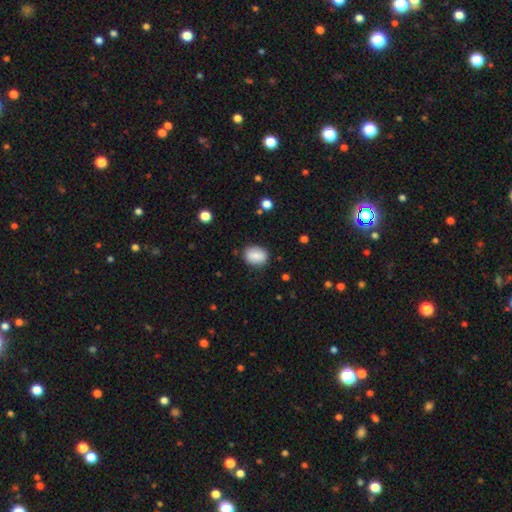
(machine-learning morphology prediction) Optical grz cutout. It shows a smooth galaxy with no disk features (83%) that is in between round and cigar-shaped (62%). Merging: none (81%).